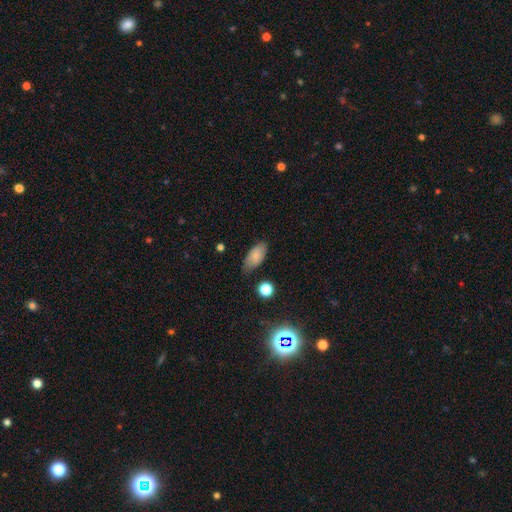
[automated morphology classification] Overall: smooth (80%). How rounded: in between (90%). Merging: none (71%).